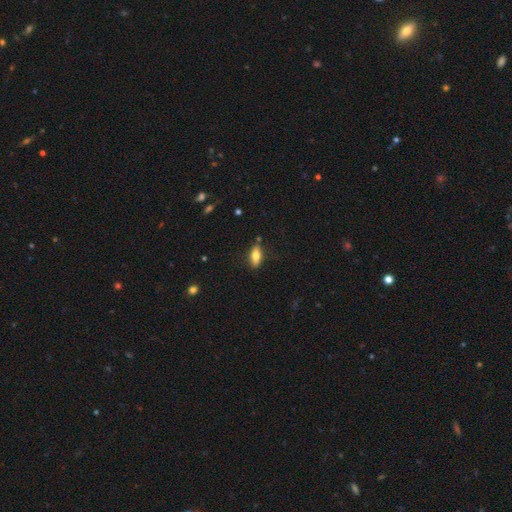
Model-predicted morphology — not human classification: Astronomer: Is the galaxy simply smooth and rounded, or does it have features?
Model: smooth — 76%.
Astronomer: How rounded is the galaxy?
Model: in between — 80%.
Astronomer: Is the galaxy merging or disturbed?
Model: none — 82%.